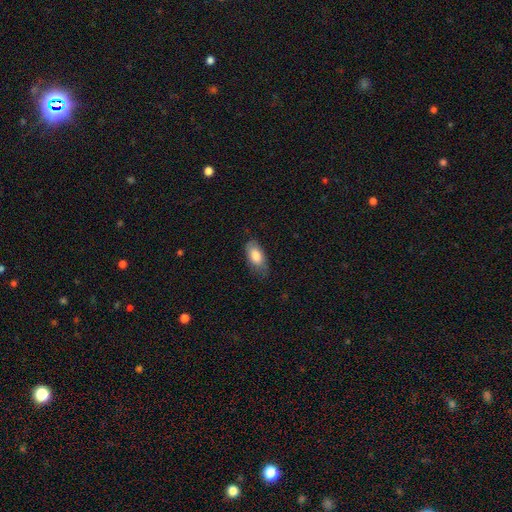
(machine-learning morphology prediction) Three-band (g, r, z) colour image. It shows a smooth galaxy with no disk features (79%) that is in between round and cigar-shaped (89%). Merging: none (67%).